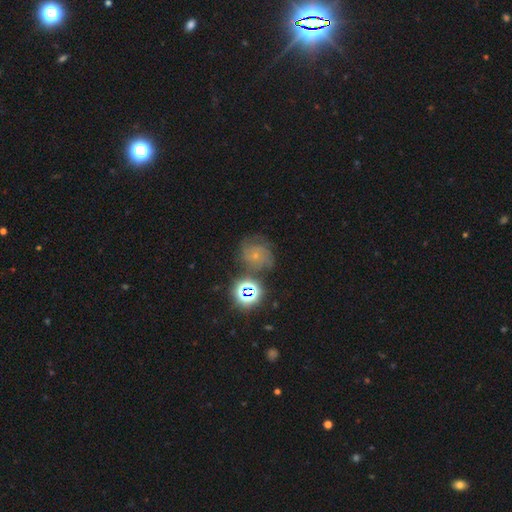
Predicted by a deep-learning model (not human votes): Q: Smooth or featured?
A: featured or disk (50%); runner-up: smooth (25%)
Q: Edge-on disk?
A: no (97%); runner-up: yes (3%)
Q: Merging?
A: none (62%); runner-up: minor disturbance (20%)